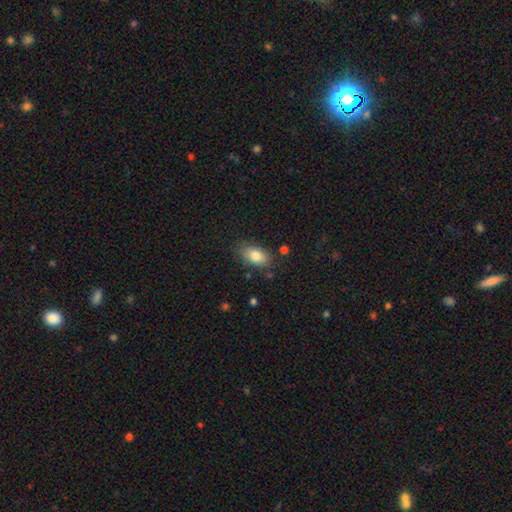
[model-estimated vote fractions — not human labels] smooth_or_featured: smooth (p=0.84) [alt: featured or disk p=0.09]
how_rounded: in between (p=0.91) [alt: round p=0.06]
merging: none (p=0.79) [alt: minor disturbance p=0.14]